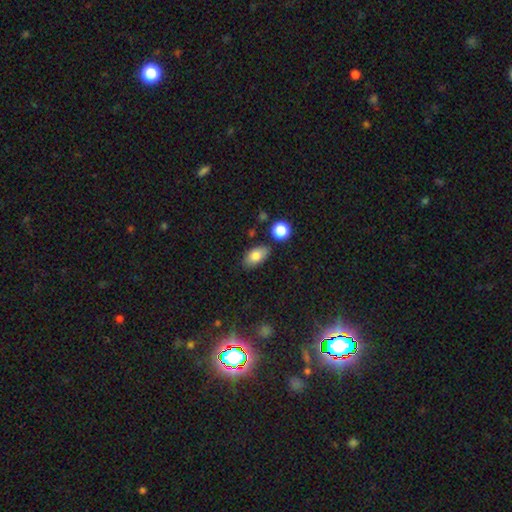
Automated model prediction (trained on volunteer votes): A smooth galaxy with no disk features (81%) that is in between round and cigar-shaped (91%). Merging: none (78%).